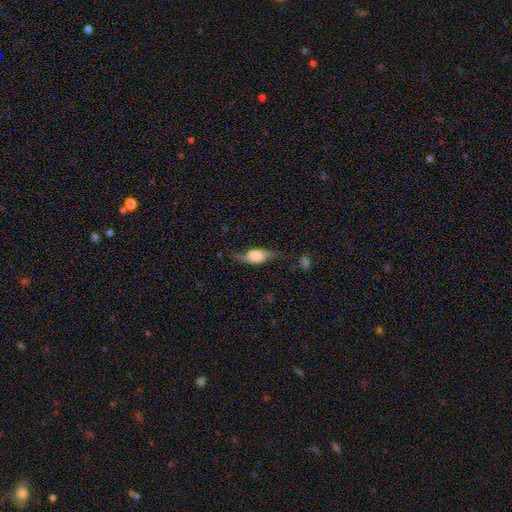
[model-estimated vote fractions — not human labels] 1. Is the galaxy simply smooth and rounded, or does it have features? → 55% smooth, 37% featured or disk, 8% star or artifact.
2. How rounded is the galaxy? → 75% in between, 20% cigar-shaped, 5% round.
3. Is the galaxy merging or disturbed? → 56% none, 28% minor disturbance, 13% major disturbance, 2% merger.